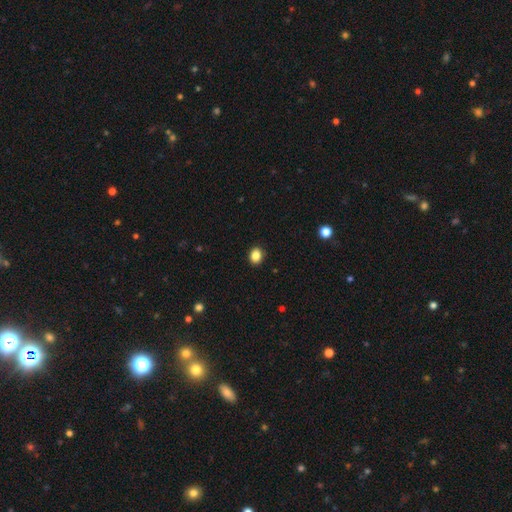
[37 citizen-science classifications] A smooth galaxy with no disk features (95%) that is round (51%). Merging: none (92%).